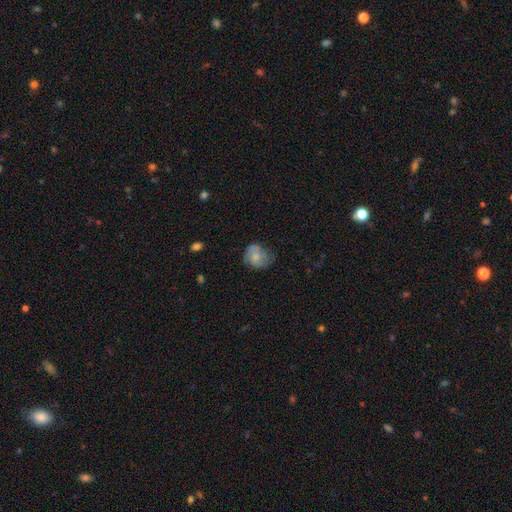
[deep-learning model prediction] smooth_or_featured: smooth (p=0.56) [alt: featured or disk p=0.35]
how_rounded: round (p=0.62) [alt: in between p=0.37]
merging: none (p=0.54) [alt: minor disturbance p=0.30]